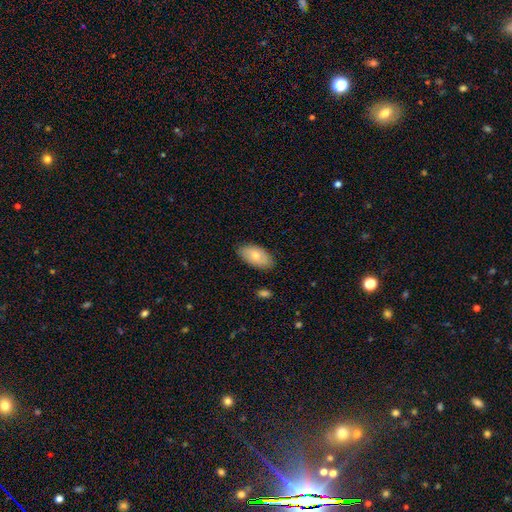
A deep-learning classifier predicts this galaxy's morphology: Smooth or featured?
  - smooth: 71% *
  - featured or disk: 23%
  - star or artifact: 6%
How rounded?
  - in between: 94% *
  - round: 3%
  - cigar-shaped: 3%
Merging?
  - none: 82% *
  - minor disturbance: 14%
  - major disturbance: 2%
  - merger: 1%